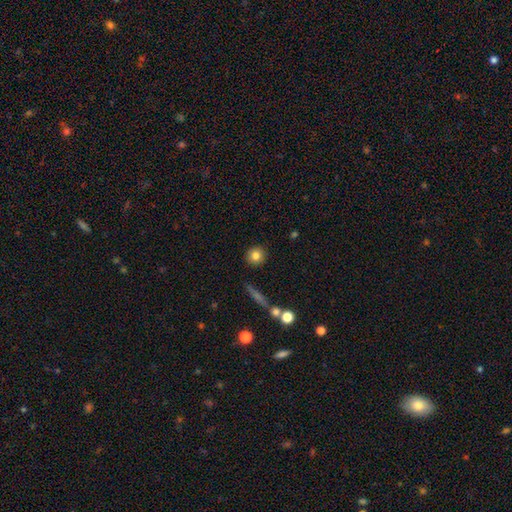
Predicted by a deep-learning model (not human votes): Smooth or featured: smooth — 81% (star or artifact — 10%)
How rounded: round — 91% (in between — 7%)
Merging: none — 89% (minor disturbance — 6%)